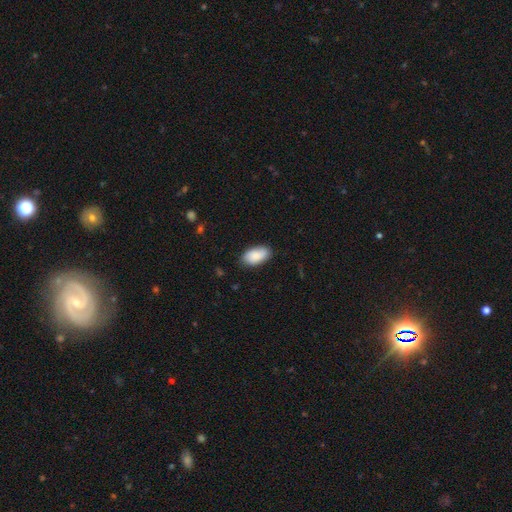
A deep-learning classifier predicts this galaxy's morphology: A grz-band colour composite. It shows a smooth galaxy with no disk features (87%) that is in between round and cigar-shaped (95%). Merging: none (83%).